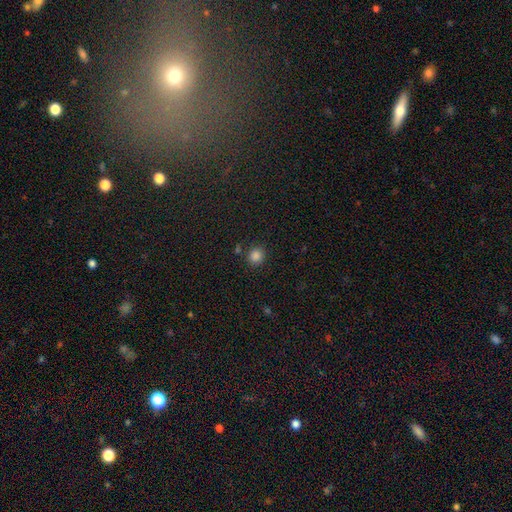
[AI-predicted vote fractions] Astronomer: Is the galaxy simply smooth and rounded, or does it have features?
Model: smooth — 84%.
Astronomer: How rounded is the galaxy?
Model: round — 85%.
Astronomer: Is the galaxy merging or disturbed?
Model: none — 84%.